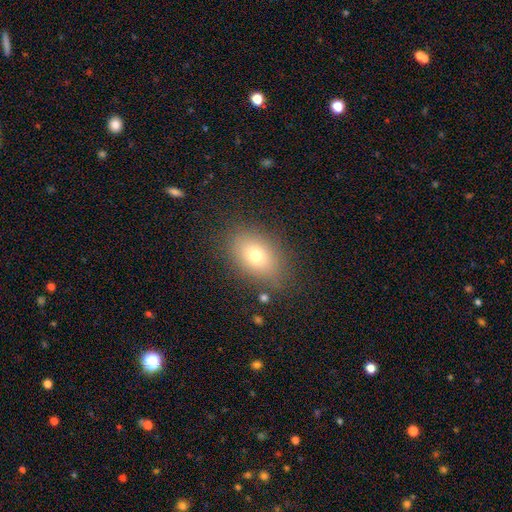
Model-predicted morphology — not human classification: smooth 72%, featured or disk 15%, star or artifact 13%. Down the decision tree: how rounded — in between (79%); merging — none (83%).